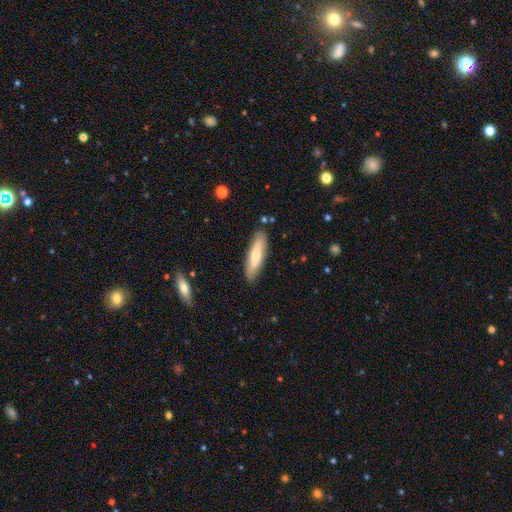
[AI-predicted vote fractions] Overall: smooth (67%; featured or disk 27%). How rounded: cigar-shaped (65%; in between 34%). Merging: none (86%).